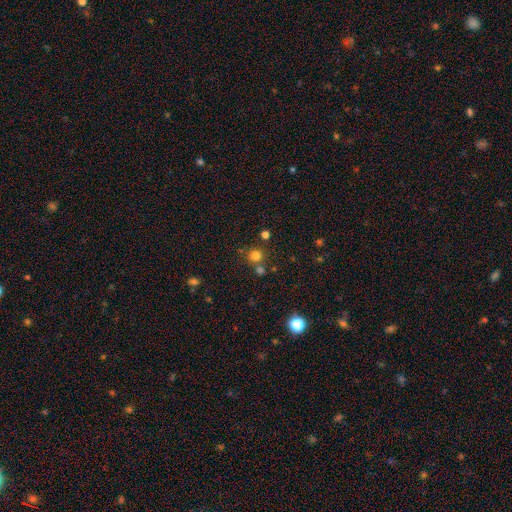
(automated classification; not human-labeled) Overall: smooth (76%). How rounded: round (91%). Merging: none (72%).